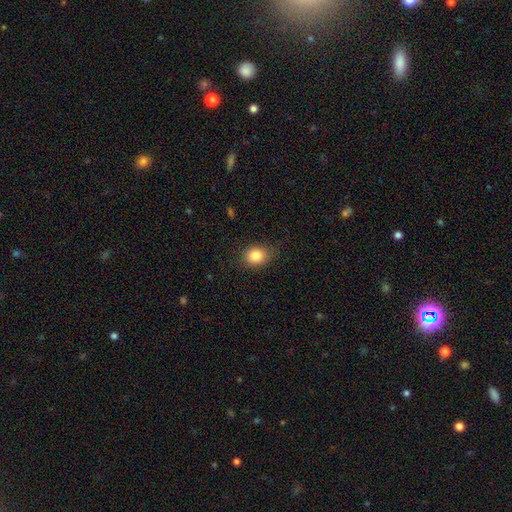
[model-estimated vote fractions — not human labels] The model was most divided on "how rounded": round: 58%, in between: 41%, cigar-shaped: 1%. More confident: smooth or featured — smooth (85%); merging — none (79%).